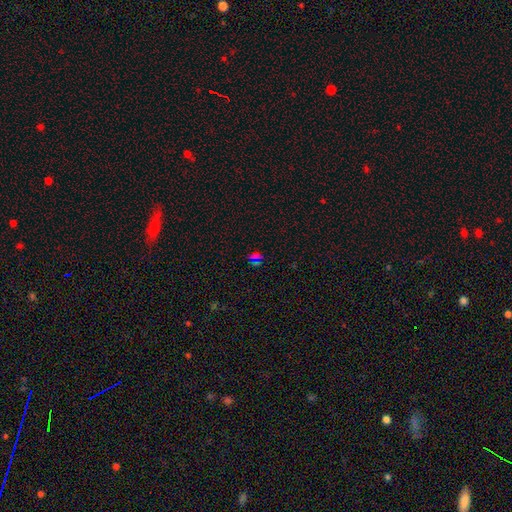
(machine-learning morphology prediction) Q: Smooth or featured?
A: star or artifact (52%); runner-up: smooth (39%)